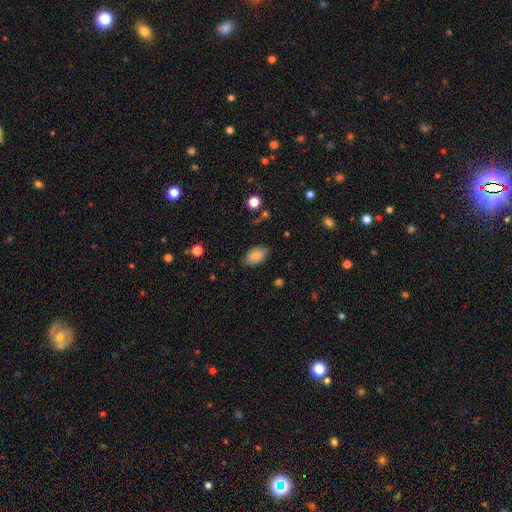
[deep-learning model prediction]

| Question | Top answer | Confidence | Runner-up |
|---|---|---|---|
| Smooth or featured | smooth | 83% | featured or disk (9%) |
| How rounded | in between | 91% | round (7%) |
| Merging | none | 78% | minor disturbance (17%) |